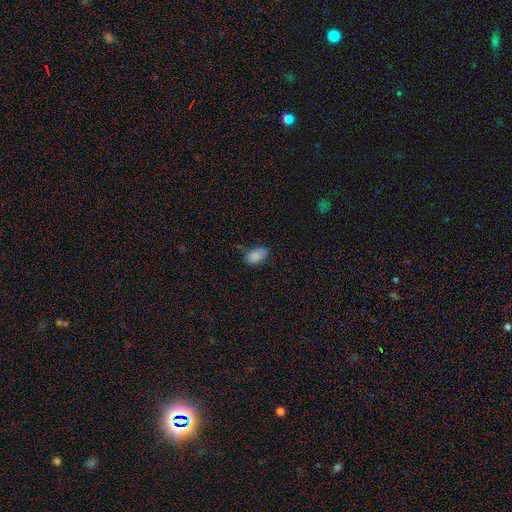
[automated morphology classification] Overall: smooth (86%). How rounded: in between (91%). Merging: none (65%; minor disturbance 27%).